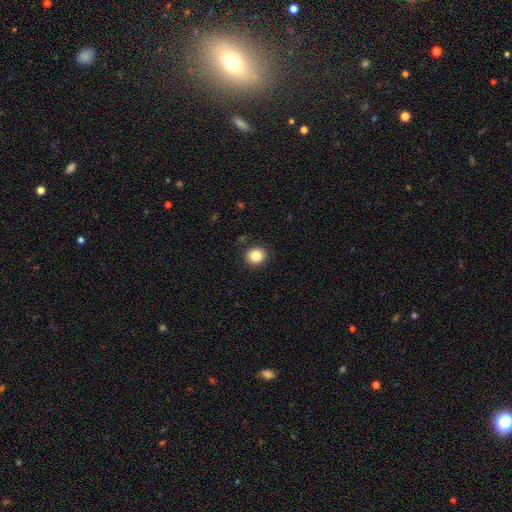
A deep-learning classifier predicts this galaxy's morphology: Smooth or featured? Predicted: smooth (p=0.85). How rounded? Predicted: round (p=0.84). Merging? Predicted: none (p=0.90).